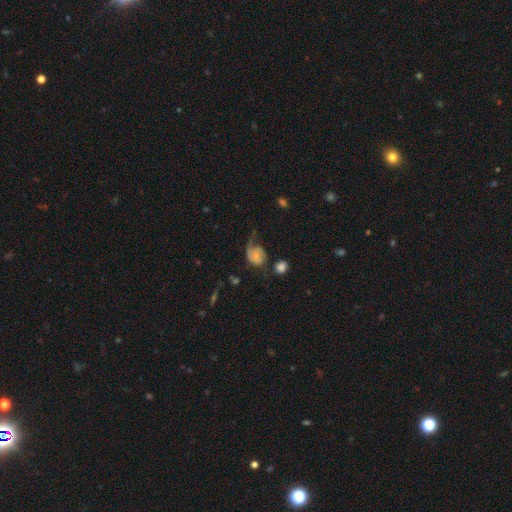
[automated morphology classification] A featured or disk galaxy (59%) with no bar (65%), spiral arms (87%) and a small central bulge (52%).

Vote fractions:
- Smooth or featured? featured or disk: 59% / smooth: 33% / star or artifact: 8%
- Edge-on disk? no: 97% / yes: 3%
- Bar? no: 65% / weak: 29% / strong: 6%
- Spiral arms? yes: 87% / no: 13%
- Bulge size? small: 52% / none: 21% / moderate: 21% / large: 4% / dominant: 2%
- Merging? major disturbance: 39% / none: 32% / minor disturbance: 23% / merger: 7%